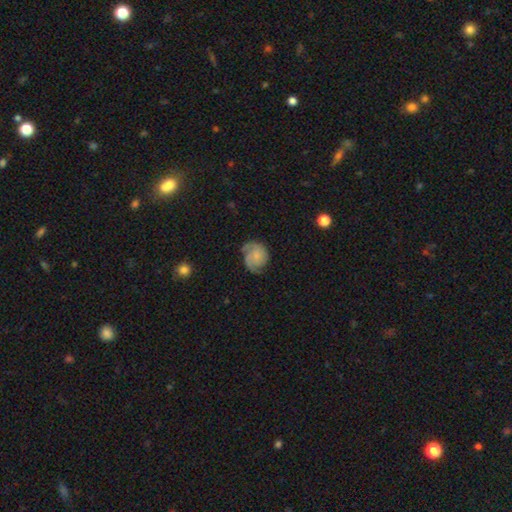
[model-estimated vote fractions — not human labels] smooth-or-featured: featured or disk: 68% | smooth: 25% | star or artifact: 7%
  disk-edge-on: no: 98% | yes: 2%
    bar: no: 75% | weak: 22% | strong: 3%
    has-spiral-arms: yes: 94% | no: 6%
      spiral-winding: tight: 50% | medium: 38% | loose: 12%
      spiral-arm-count: 2: 38% | 3: 29% | can't tell: 18% | 1: 7% | 4: 5% | more than 4: 4%
    bulge-size: small: 51% | none: 26% | moderate: 18% | large: 3% | dominant: 1%
  merging: none: 64% | minor disturbance: 23% | major disturbance: 11% | merger: 2%